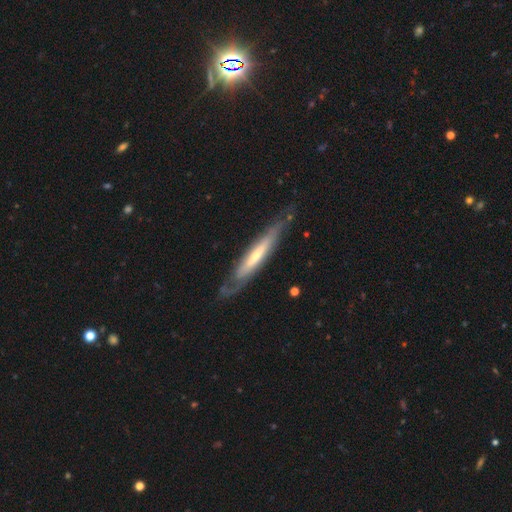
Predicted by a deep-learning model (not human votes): Smooth or featured?
  - featured or disk: 69% *
  - smooth: 26%
  - star or artifact: 5%
Edge-on disk?
  - yes: 69% *
  - no: 31%
Merging?
  - none: 71% *
  - minor disturbance: 19%
  - major disturbance: 8%
  - merger: 2%